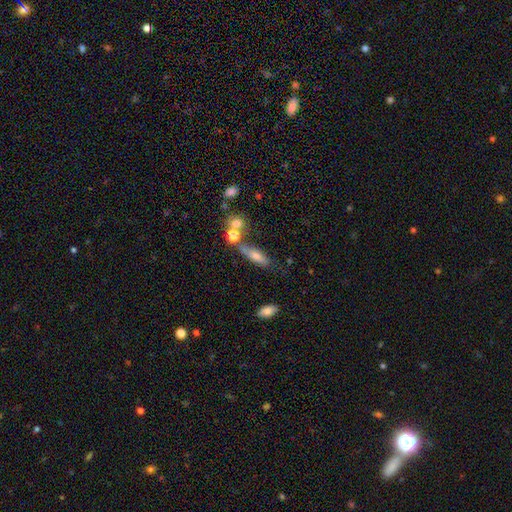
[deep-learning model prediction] Morphology: type=smooth (59%); roundness=cigar-shaped (48%); merging=none (51%).